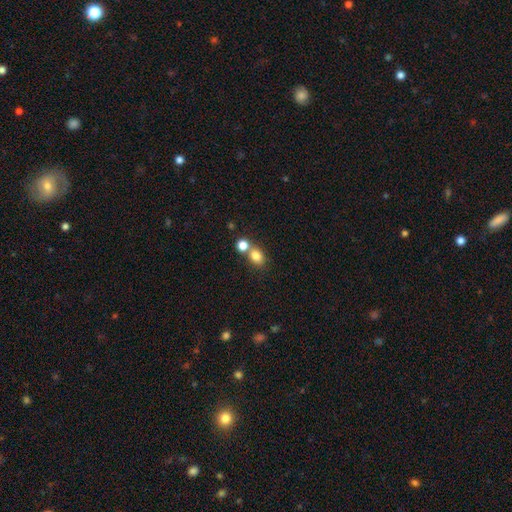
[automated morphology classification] Overall: smooth (81%). How rounded: in between (53%; round 46%). Merging: none (51%; merger 37%).